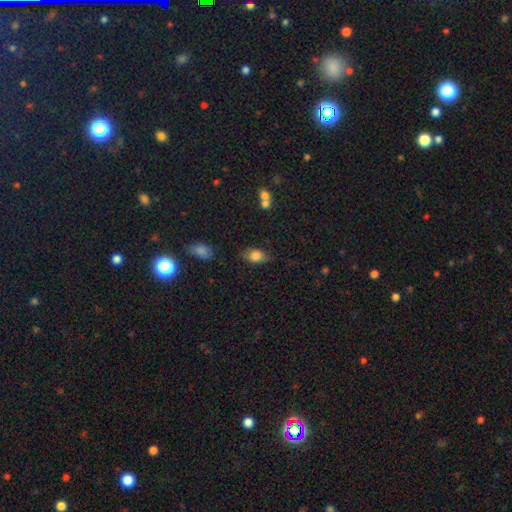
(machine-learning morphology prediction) smooth 77%, featured or disk 14%, star or artifact 9%. Down the decision tree: how rounded — in between (80%); merging — none (71%).